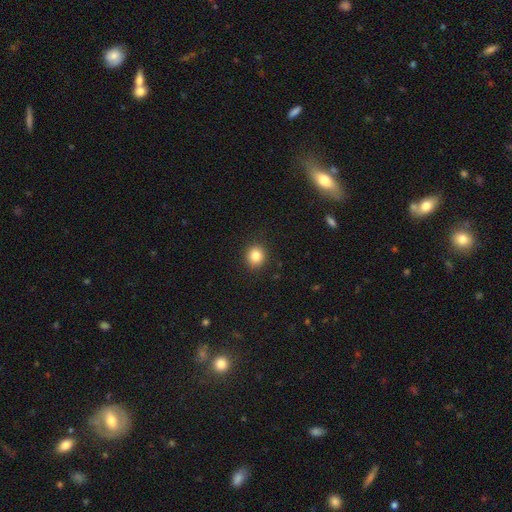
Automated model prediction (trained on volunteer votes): Smooth or featured? Predicted: smooth (p=0.84). How rounded? Predicted: round (p=0.86). Merging? Predicted: none (p=0.90).